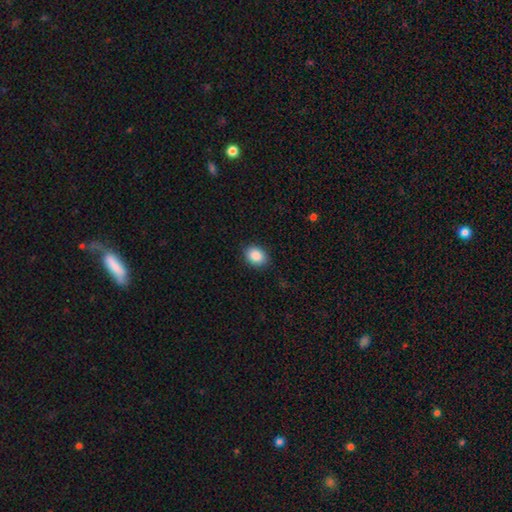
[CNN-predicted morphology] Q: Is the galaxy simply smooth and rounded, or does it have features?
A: smooth — 88%.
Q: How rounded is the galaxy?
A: in between — 63%.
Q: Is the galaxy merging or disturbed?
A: none — 87%.